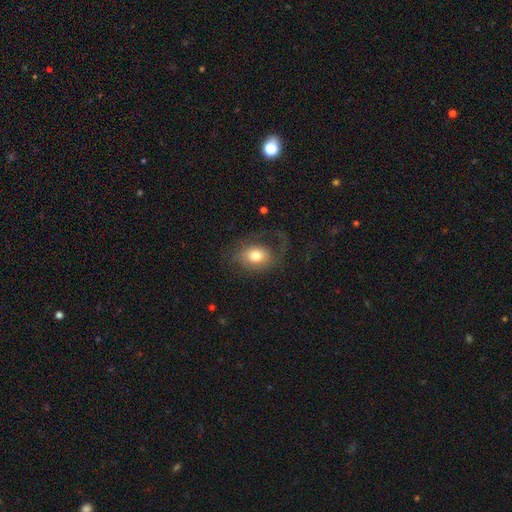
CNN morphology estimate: This is possibly a smooth galaxy (53%). How rounded: likely in between (61%). Merging: possibly none (48%).